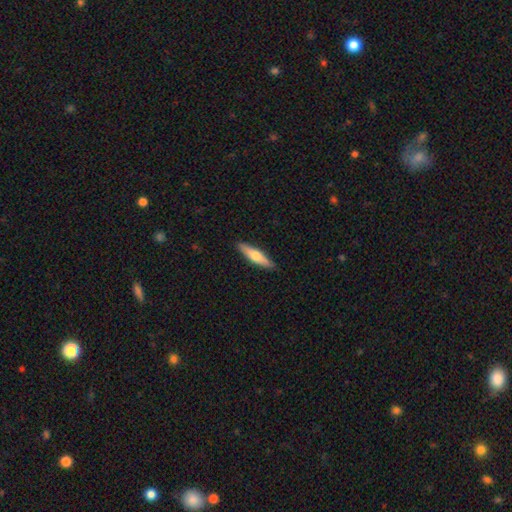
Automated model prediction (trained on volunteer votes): Smooth or featured? smooth (54%)
How rounded? cigar-shaped (76%)
Merging? none (90%)